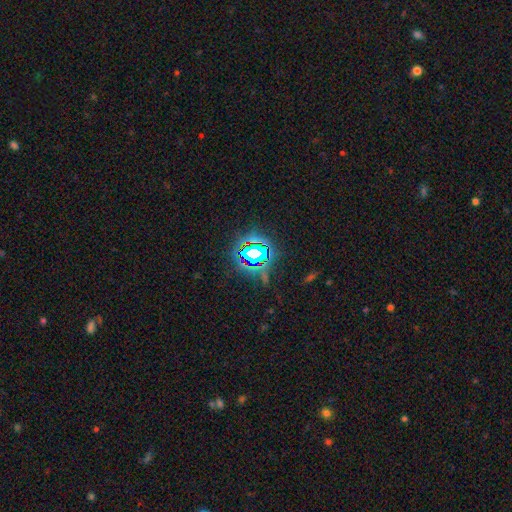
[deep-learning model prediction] smooth-or-featured: star or artifact: 73% | smooth: 15% | featured or disk: 12%